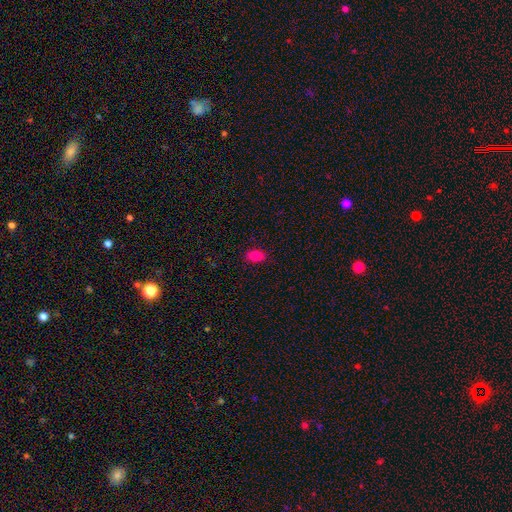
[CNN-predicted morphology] type=smooth (84%); roundness=in between (88%); merging=none (88%).